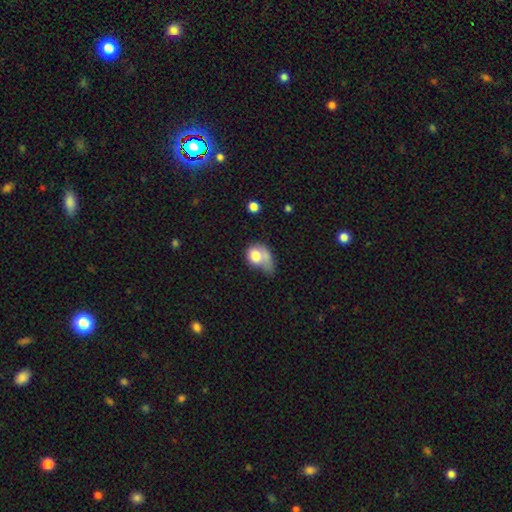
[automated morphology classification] Smooth or featured? Predicted: smooth (p=0.74). How rounded? Predicted: in between (p=0.51). Merging? Predicted: major disturbance (p=0.35).